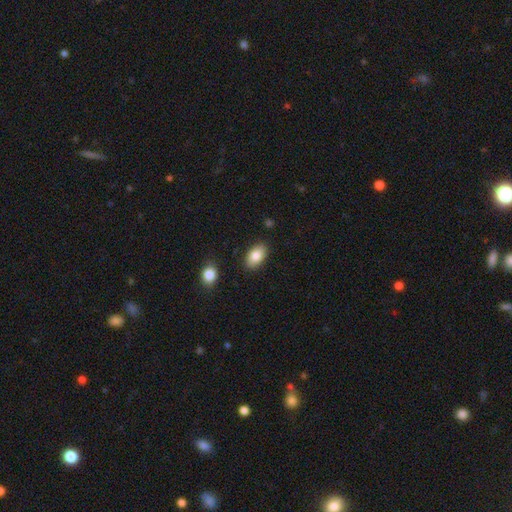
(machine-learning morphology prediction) Q: Smooth or featured?
A: smooth (84%); runner-up: featured or disk (9%)
Q: How rounded?
A: in between (92%); runner-up: round (6%)
Q: Merging?
A: none (86%); runner-up: minor disturbance (10%)